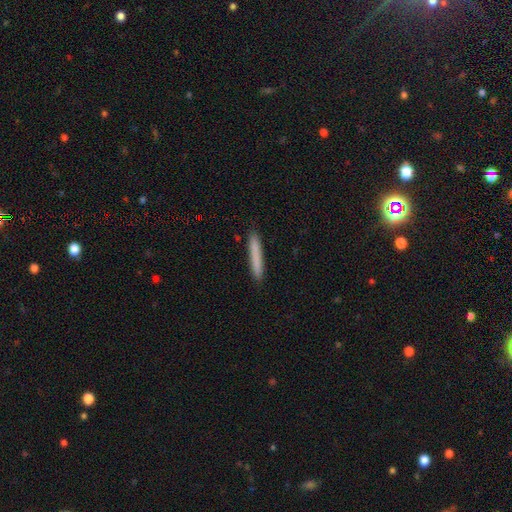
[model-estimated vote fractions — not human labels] smooth_or_featured: smooth (p=0.79) [alt: featured or disk p=0.15]
how_rounded: cigar-shaped (p=0.96) [alt: in between p=0.03]
merging: none (p=0.90) [alt: minor disturbance p=0.07]